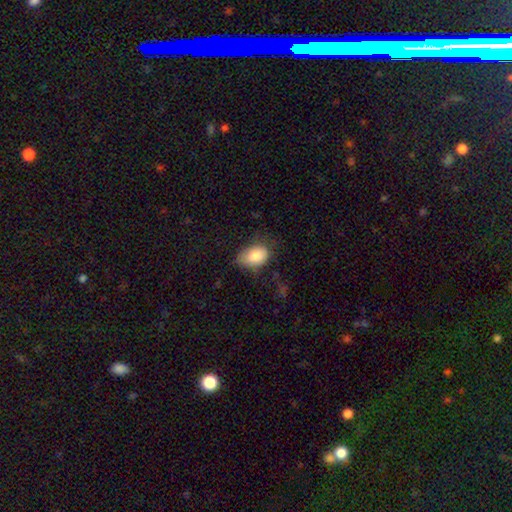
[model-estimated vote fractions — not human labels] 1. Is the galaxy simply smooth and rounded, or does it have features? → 82% smooth, 10% featured or disk, 7% star or artifact.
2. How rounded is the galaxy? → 85% in between, 14% round, 1% cigar-shaped.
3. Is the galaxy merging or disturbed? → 53% none, 34% minor disturbance, 12% major disturbance, 2% merger.